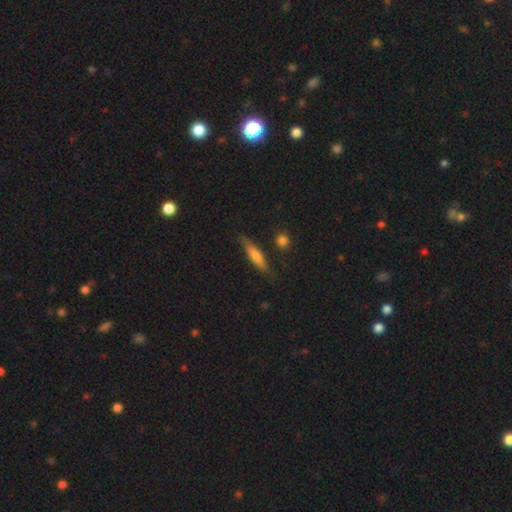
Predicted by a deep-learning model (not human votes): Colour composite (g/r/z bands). It shows a smooth galaxy with no disk features (67%) that is cigar-shaped (80%). Merging: none (79%).